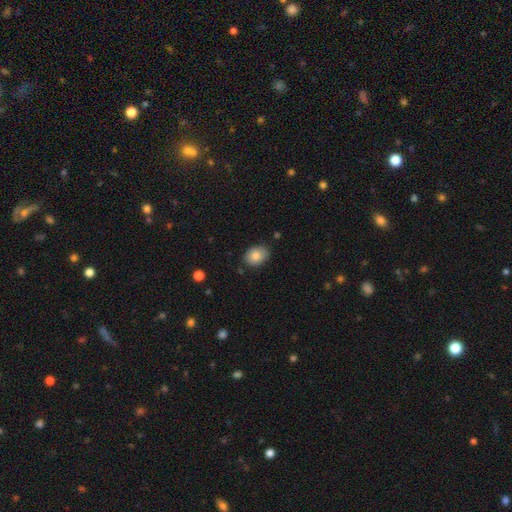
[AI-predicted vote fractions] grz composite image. It shows a smooth galaxy with no disk features (83%) that is in between round and cigar-shaped (70%). Merging: none (82%).